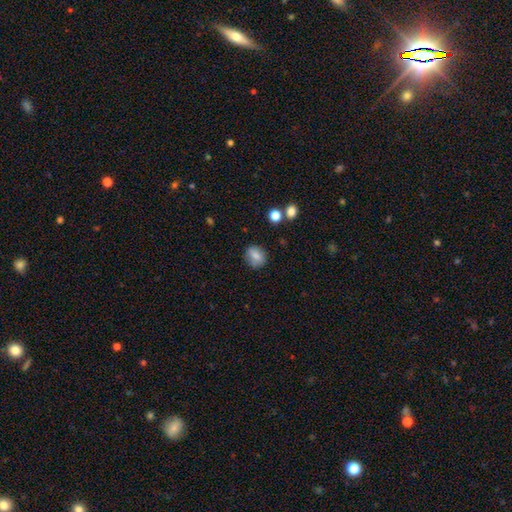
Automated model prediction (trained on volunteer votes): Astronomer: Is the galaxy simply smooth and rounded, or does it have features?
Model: smooth — 80%.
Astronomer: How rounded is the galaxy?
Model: round — 67%.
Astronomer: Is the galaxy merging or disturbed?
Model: none — 76%.